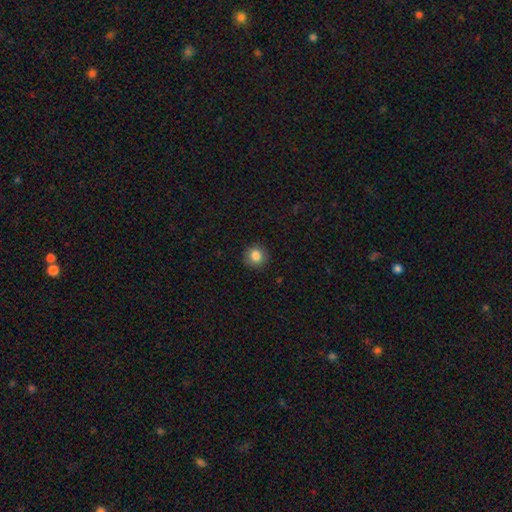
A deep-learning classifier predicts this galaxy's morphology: smooth 85%, star or artifact 10%, featured or disk 5%. Down the decision tree: how rounded — round (91%); merging — none (89%).